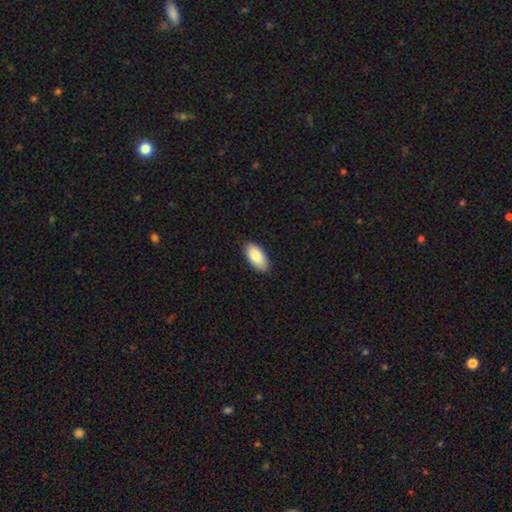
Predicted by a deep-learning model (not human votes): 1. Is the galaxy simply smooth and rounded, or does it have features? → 83% smooth, 10% featured or disk, 6% star or artifact.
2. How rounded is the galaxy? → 92% in between, 5% cigar-shaped, 2% round.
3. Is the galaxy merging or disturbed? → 87% none, 10% minor disturbance, 2% major disturbance, 1% merger.